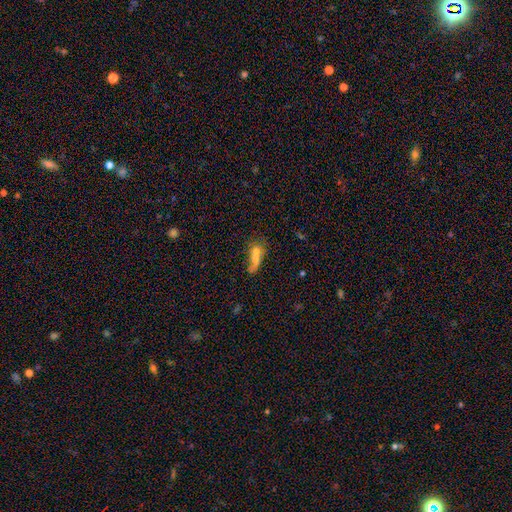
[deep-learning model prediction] Morphology: type=smooth (60%); roundness=in between (56%); merging=merger (59%).